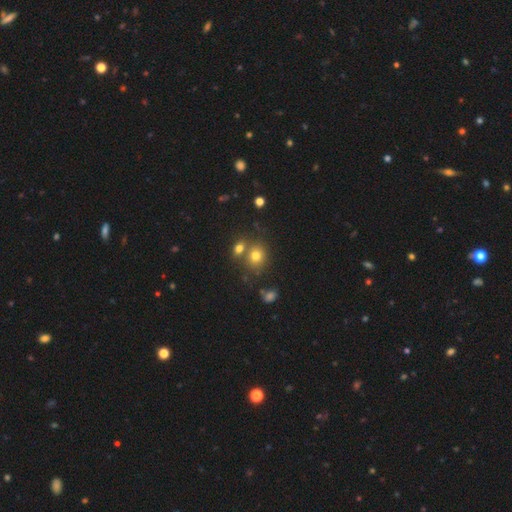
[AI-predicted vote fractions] Q: Smooth or featured?
A: smooth (75%); runner-up: star or artifact (15%)
Q: How rounded?
A: round (70%); runner-up: in between (29%)
Q: Merging?
A: none (56%); runner-up: merger (29%)